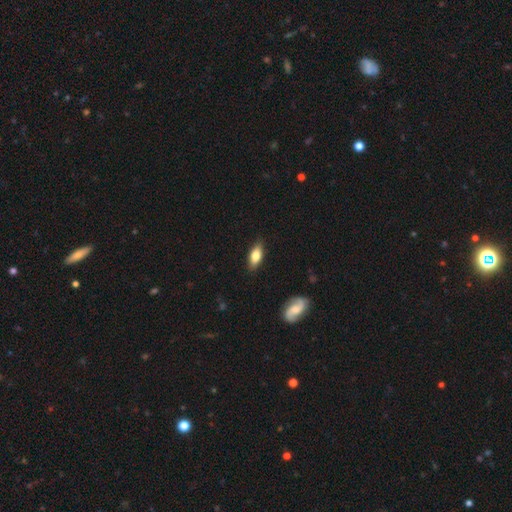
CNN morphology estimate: smooth-or-featured: smooth: 71% | featured or disk: 23% | star or artifact: 6%
  how-rounded: in between: 79% | cigar-shaped: 17% | round: 3%
  merging: none: 85% | minor disturbance: 12% | major disturbance: 2% | merger: 1%